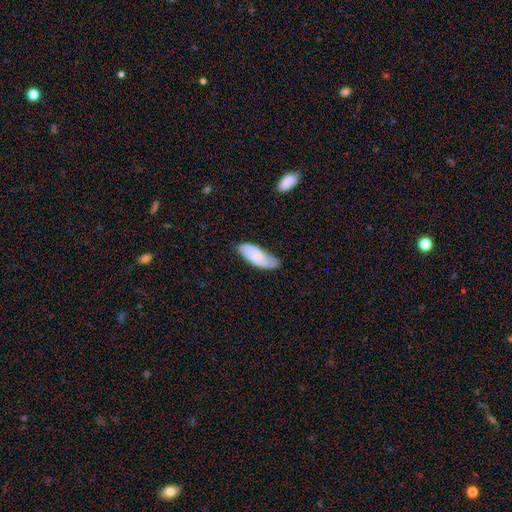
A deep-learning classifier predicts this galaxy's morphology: smooth-or-featured: featured or disk: 49% | smooth: 44% | star or artifact: 7%
  merging: none: 68% | minor disturbance: 24% | major disturbance: 6% | merger: 2%